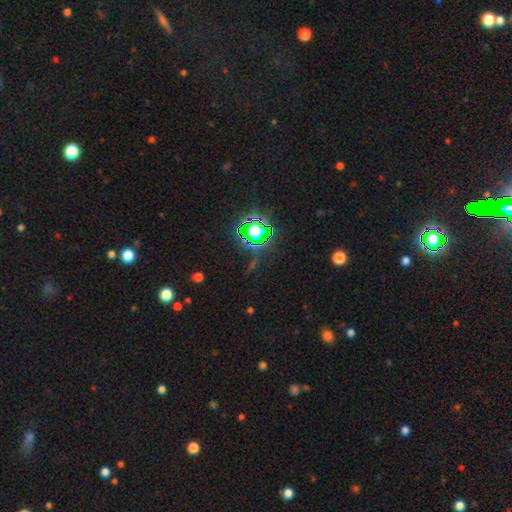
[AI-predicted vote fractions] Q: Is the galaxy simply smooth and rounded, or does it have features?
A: star or artifact — 79%.